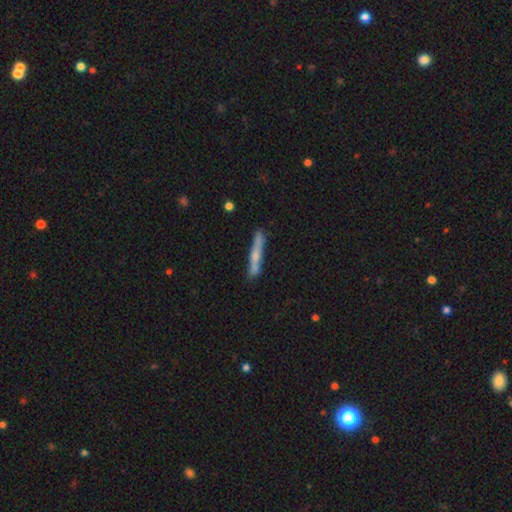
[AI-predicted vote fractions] smooth_or_featured: smooth (p=0.53) [alt: featured or disk p=0.41]
how_rounded: cigar-shaped (p=0.95) [alt: in between p=0.04]
merging: none (p=0.77) [alt: minor disturbance p=0.14]